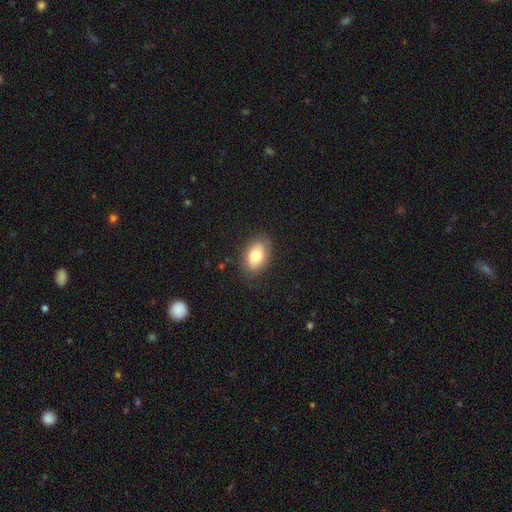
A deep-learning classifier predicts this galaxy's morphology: Overall: smooth (77%). How rounded: in between (89%). Merging: none (81%).